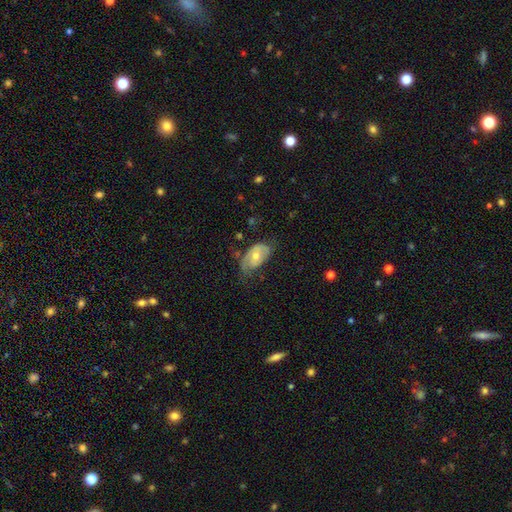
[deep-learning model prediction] Smooth or featured?
  - featured or disk: 51% *
  - smooth: 43%
  - star or artifact: 6%
Edge-on disk?
  - no: 93% *
  - yes: 7%
Merging?
  - none: 38% *
  - minor disturbance: 36%
  - major disturbance: 24%
  - merger: 2%